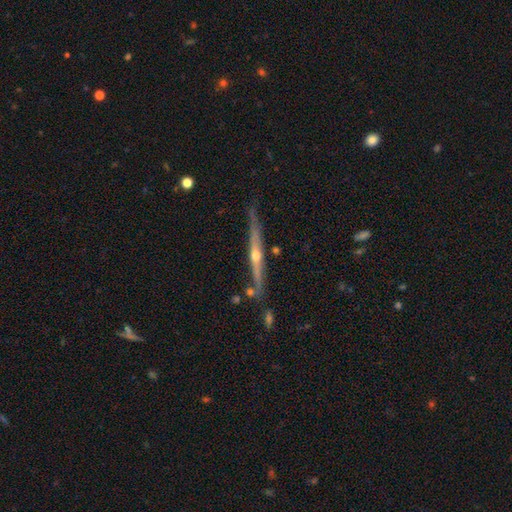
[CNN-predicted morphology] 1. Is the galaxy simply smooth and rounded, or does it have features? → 77% featured or disk, 17% smooth, 6% star or artifact.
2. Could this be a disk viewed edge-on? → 96% yes, 4% no.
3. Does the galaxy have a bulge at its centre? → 86% rounded, 12% none, 3% boxy.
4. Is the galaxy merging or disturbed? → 73% none, 18% minor disturbance, 5% merger, 3% major disturbance.